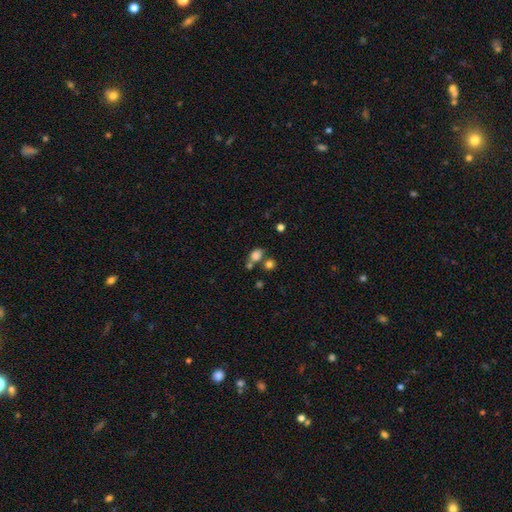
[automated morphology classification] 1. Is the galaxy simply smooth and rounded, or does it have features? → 78% smooth, 14% star or artifact, 8% featured or disk.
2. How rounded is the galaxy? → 54% in between, 45% round, 2% cigar-shaped.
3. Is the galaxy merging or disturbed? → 47% none, 30% merger, 14% minor disturbance, 8% major disturbance.